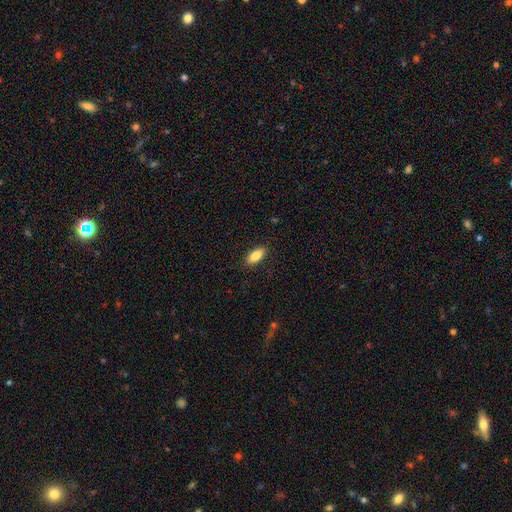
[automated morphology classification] Smooth or featured? Predicted: smooth (p=0.83). How rounded? Predicted: in between (p=0.84). Merging? Predicted: none (p=0.89).